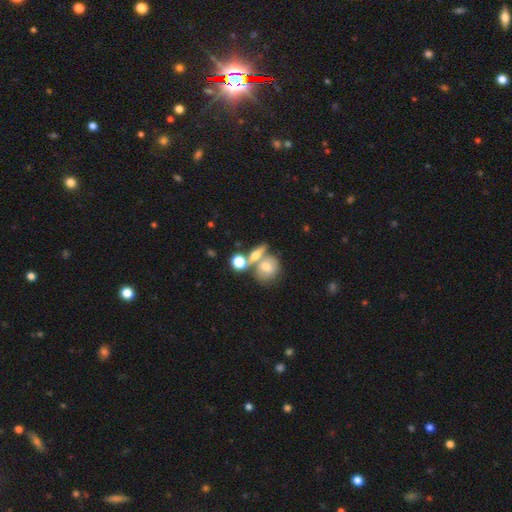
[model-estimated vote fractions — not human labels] The model was most divided on "how rounded": round: 45%, in between: 43%, cigar-shaped: 12%. Remaining: smooth or featured — smooth (61%); merging — merger (45%).